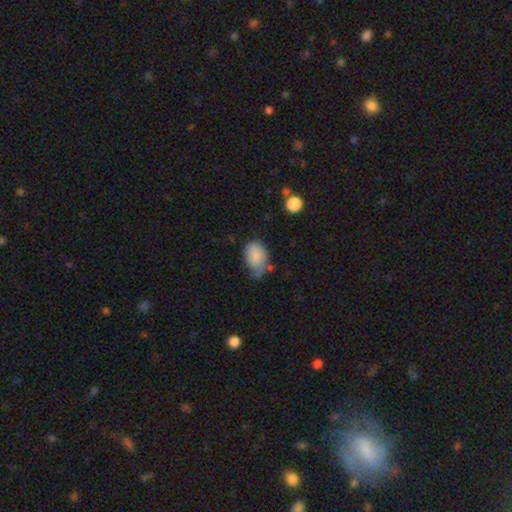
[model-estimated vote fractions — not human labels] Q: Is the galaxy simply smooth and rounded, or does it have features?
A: smooth — 84%.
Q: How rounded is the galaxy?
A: in between — 84%.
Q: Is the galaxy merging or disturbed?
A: none — 42%.